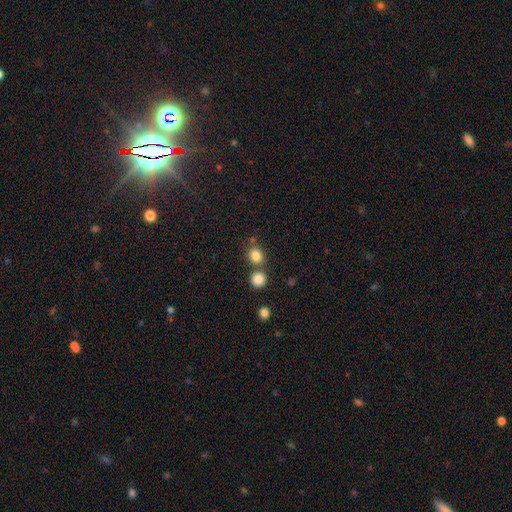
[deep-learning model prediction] Smooth or featured: smooth — 83% (star or artifact — 12%)
How rounded: round — 80% (in between — 19%)
Merging: none — 65% (merger — 23%)